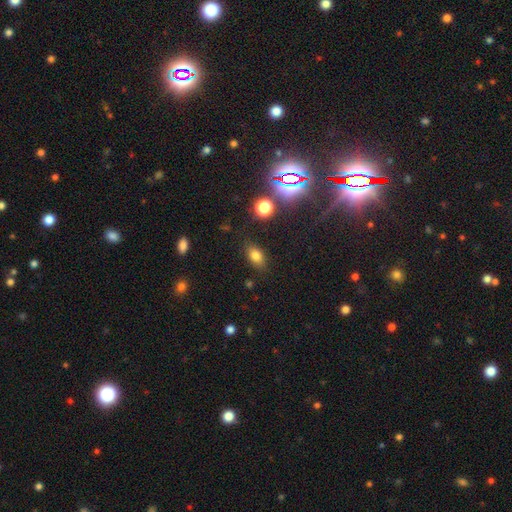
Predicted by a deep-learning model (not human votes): A smooth galaxy with no disk features (76%) that is in between round and cigar-shaped (82%).

Vote fractions:
- Smooth or featured? smooth: 76% / star or artifact: 16% / featured or disk: 9%
- How rounded? in between: 82% / round: 15% / cigar-shaped: 3%
- Merging? none: 83% / minor disturbance: 12% / major disturbance: 3% / merger: 2%